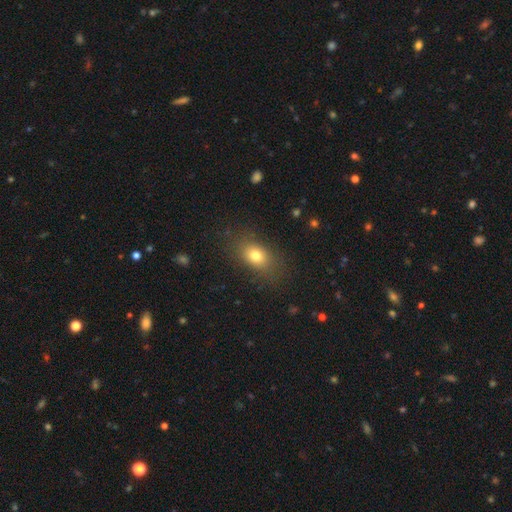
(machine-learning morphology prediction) type=smooth (77%); roundness=in between (74%); merging=none (80%).